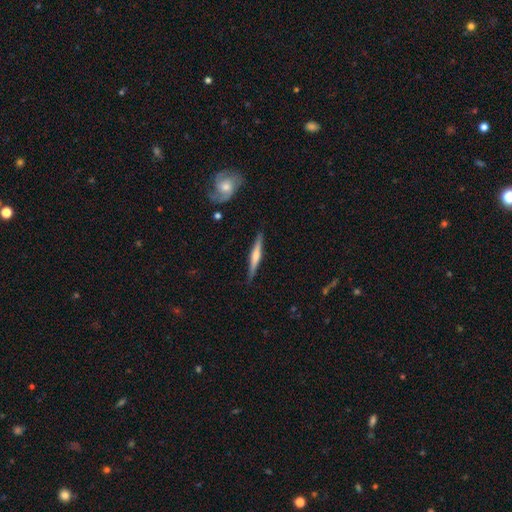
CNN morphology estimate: smooth-or-featured: featured or disk: 57% | smooth: 38% | star or artifact: 5%
  disk-edge-on: yes: 97% | no: 3%
    edge-on-bulge: rounded: 65% | none: 20% | boxy: 15%
  merging: none: 88% | minor disturbance: 9% | major disturbance: 2% | merger: 1%